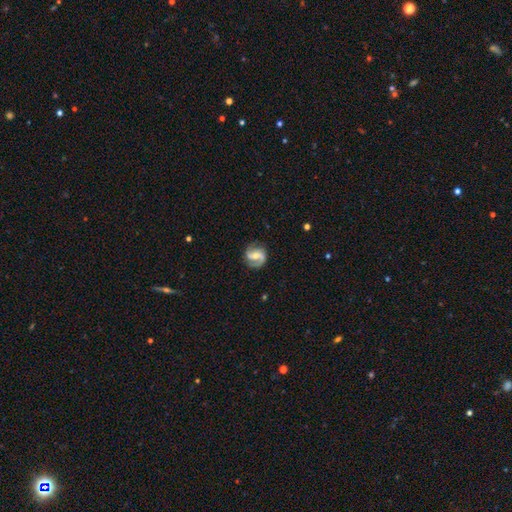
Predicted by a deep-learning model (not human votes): A featured or disk galaxy (85%) with a weak bar (46%), 2 (89%) medium (51%) spiral arms (97%) and a moderate central bulge (51%). Merging: none (81%).